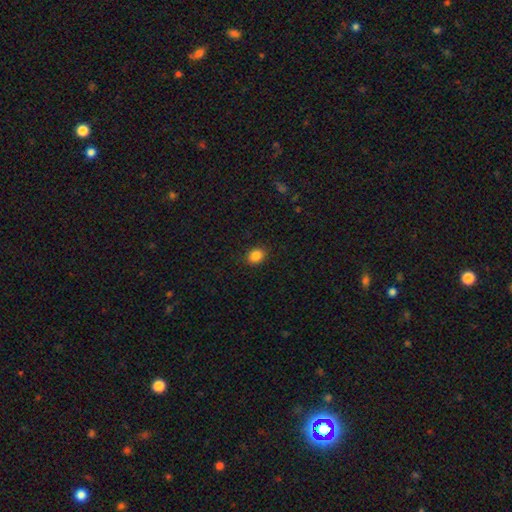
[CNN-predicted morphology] This is clearly a smooth galaxy (86%). How rounded: possibly round (52%). Merging: clearly none (90%).